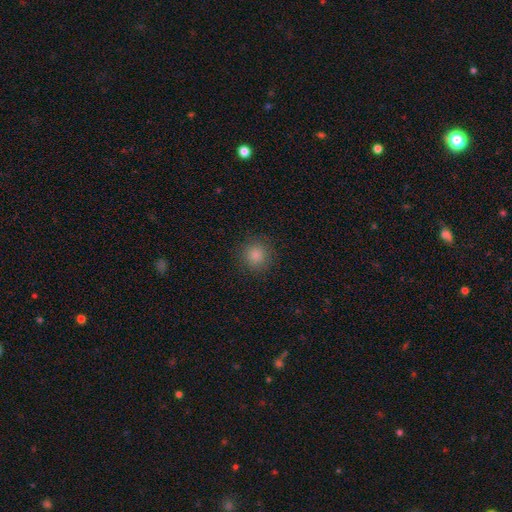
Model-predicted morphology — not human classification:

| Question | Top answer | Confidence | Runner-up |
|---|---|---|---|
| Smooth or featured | smooth | 82% | star or artifact (14%) |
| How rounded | round | 95% | in between (4%) |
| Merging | none | 91% | minor disturbance (6%) |